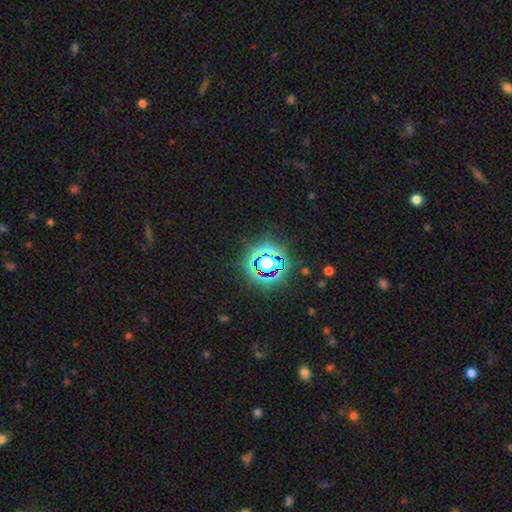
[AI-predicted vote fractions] smooth-or-featured: star or artifact: 82% | smooth: 12% | featured or disk: 6%